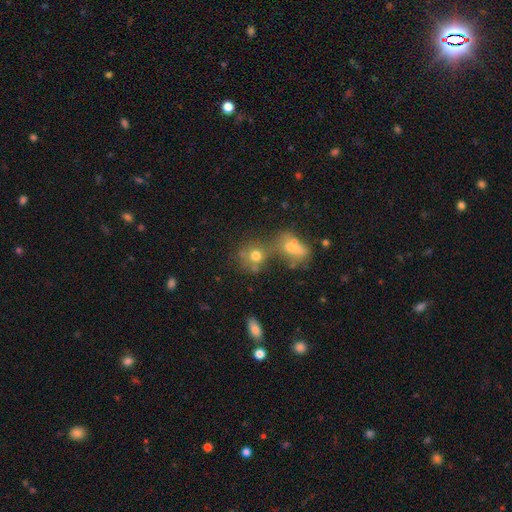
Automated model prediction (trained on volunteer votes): Smooth or featured: smooth — 69% (star or artifact — 16%)
How rounded: round — 75% (in between — 24%)
Merging: merger — 44% (none — 38%)